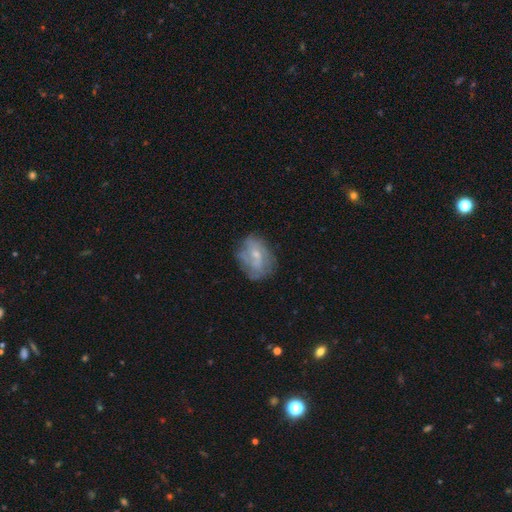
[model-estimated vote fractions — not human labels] Smooth or featured? Predicted: featured or disk (p=0.55). Edge-on disk? Predicted: no (p=0.96). Bar? Predicted: no (p=0.56). Spiral arms? Predicted: yes (p=0.62). Bulge size? Predicted: small (p=0.52). Merging? Predicted: none (p=0.63).